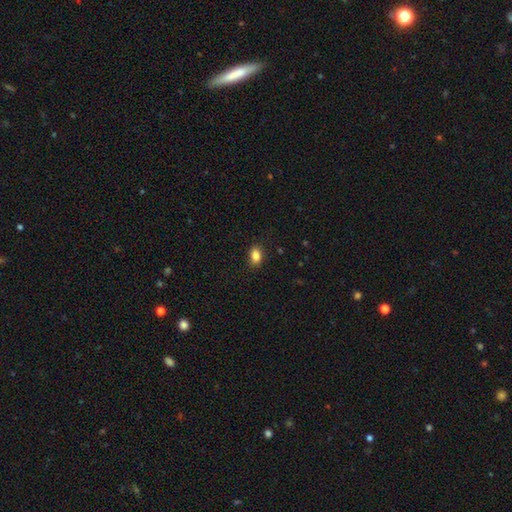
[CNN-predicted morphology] smooth 86%, star or artifact 9%, featured or disk 5%. Down the decision tree: how rounded — in between (80%); merging — none (87%).